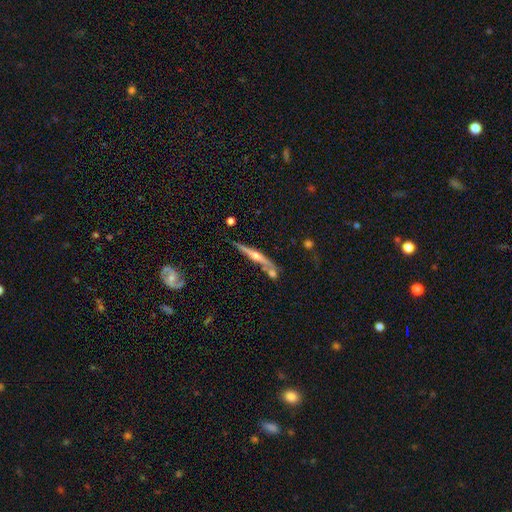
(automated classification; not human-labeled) Morphology: type=featured or disk (76%); edge-on=yes (97%); edge-on bulge=rounded (89%); merging=none (73%).